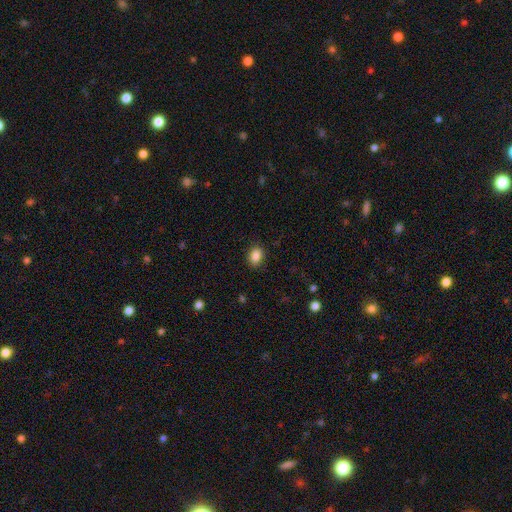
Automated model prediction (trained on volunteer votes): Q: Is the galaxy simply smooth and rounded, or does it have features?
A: smooth — 87%.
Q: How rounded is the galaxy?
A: in between — 64%.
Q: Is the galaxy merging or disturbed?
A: none — 87%.